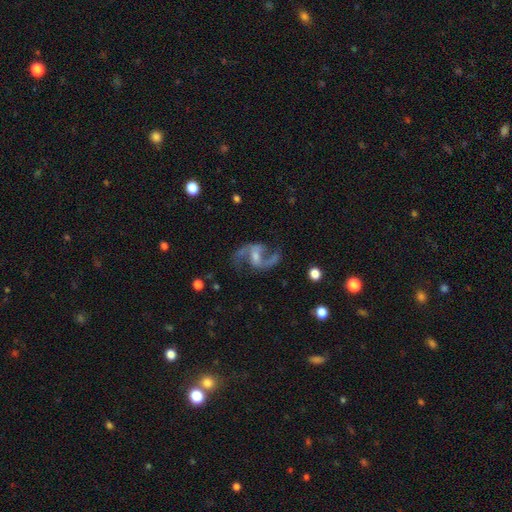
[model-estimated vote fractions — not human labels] Q: Smooth or featured?
A: featured or disk (89%); runner-up: star or artifact (7%)
Q: Edge-on disk?
A: no (97%); runner-up: yes (3%)
Q: Bar?
A: weak (48%); runner-up: strong (28%)
Q: Spiral arms?
A: yes (97%); runner-up: no (3%)
Q: Spiral winding?
A: loose (56%); runner-up: medium (38%)
Q: Spiral arm count?
A: 2 (93%); runner-up: can't tell (2%)
Q: Bulge size?
A: small (48%); runner-up: moderate (35%)
Q: Merging?
A: none (75%); runner-up: minor disturbance (13%)